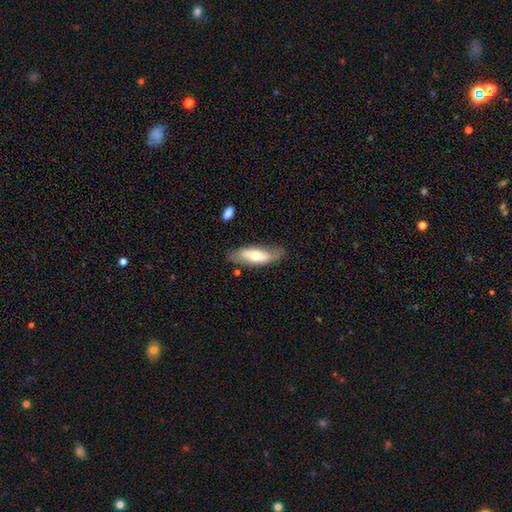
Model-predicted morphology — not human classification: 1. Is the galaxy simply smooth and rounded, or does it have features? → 50% smooth, 44% featured or disk, 6% star or artifact.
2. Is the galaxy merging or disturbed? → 74% none, 18% minor disturbance, 5% major disturbance, 3% merger.